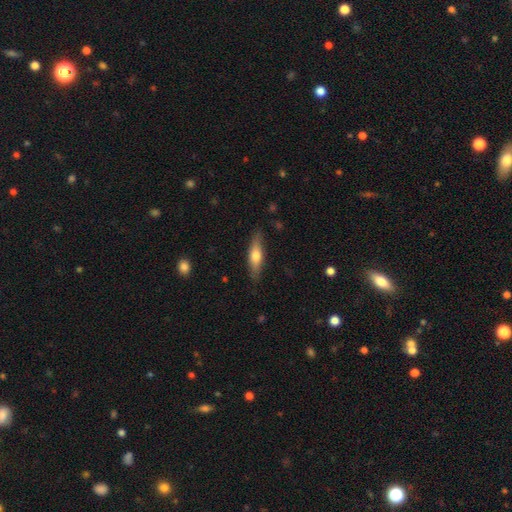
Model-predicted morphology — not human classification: Smooth or featured?
  - smooth: 58% *
  - featured or disk: 37%
  - star or artifact: 5%
How rounded?
  - cigar-shaped: 66% *
  - in between: 32%
  - round: 2%
Merging?
  - none: 85% *
  - minor disturbance: 12%
  - major disturbance: 2%
  - merger: 1%